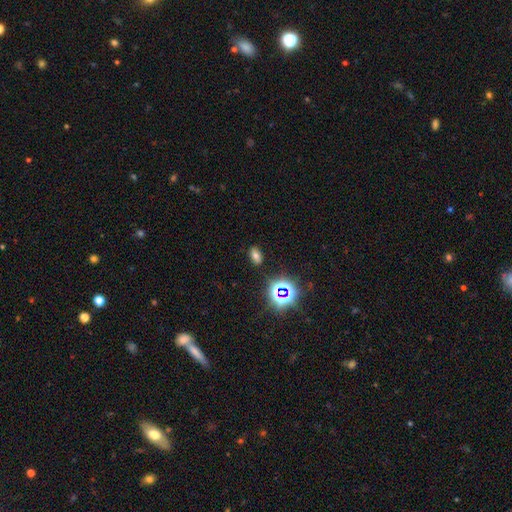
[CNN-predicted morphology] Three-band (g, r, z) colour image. It shows a smooth galaxy with no disk features (59%) that is in between round and cigar-shaped (86%). Merging: none (85%).